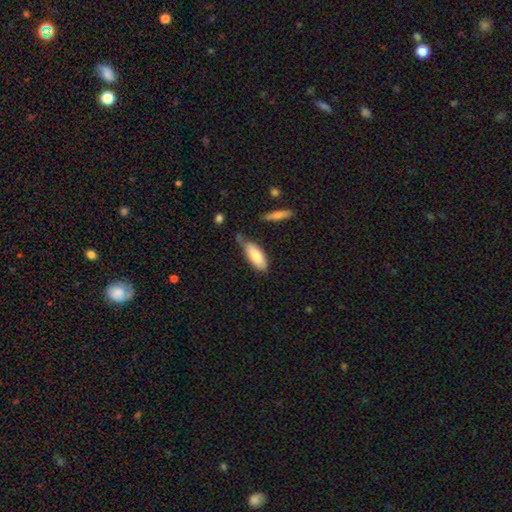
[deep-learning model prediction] Overall: smooth (79%). How rounded: in between (77%). Merging: none (55%; minor disturbance 31%).